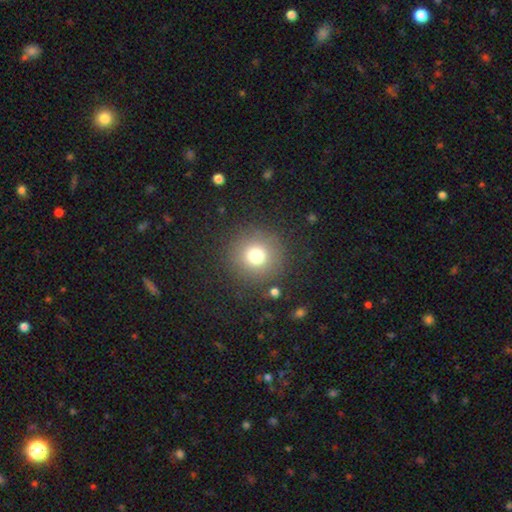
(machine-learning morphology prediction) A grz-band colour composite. It shows a smooth galaxy with no disk features (74%) that is round (94%). Merging: none (86%).